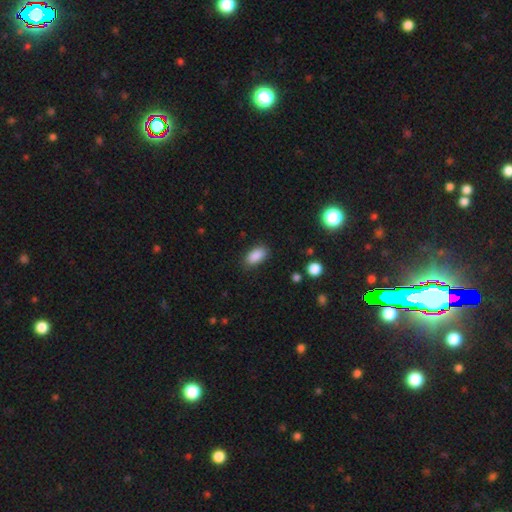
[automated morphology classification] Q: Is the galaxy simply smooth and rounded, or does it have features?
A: smooth — 88%.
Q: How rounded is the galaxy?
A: in between — 91%.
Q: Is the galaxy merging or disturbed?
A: none — 85%.